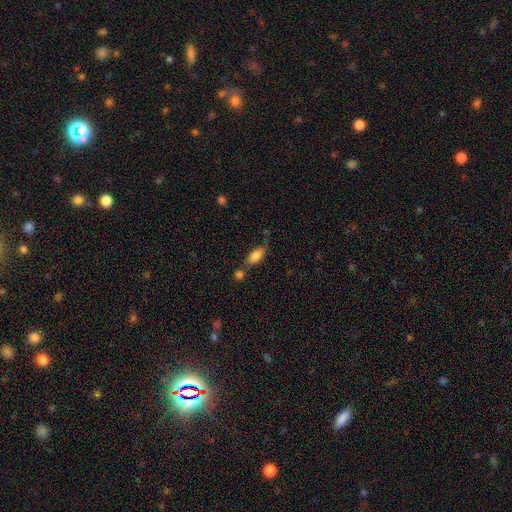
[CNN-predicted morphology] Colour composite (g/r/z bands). It shows a smooth galaxy with no disk features (81%) that is in between round and cigar-shaped (87%). Merging: none (46%).